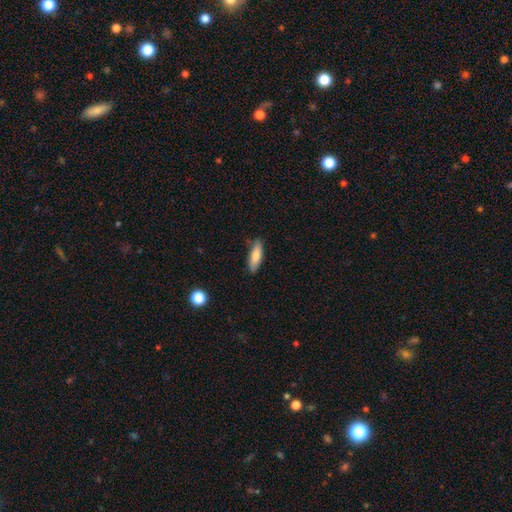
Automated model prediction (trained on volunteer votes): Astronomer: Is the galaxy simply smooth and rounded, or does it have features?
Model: smooth — 77%.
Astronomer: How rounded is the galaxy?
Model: in between — 52% (runner-up: cigar-shaped, 46%).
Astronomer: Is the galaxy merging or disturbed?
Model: none — 79%.